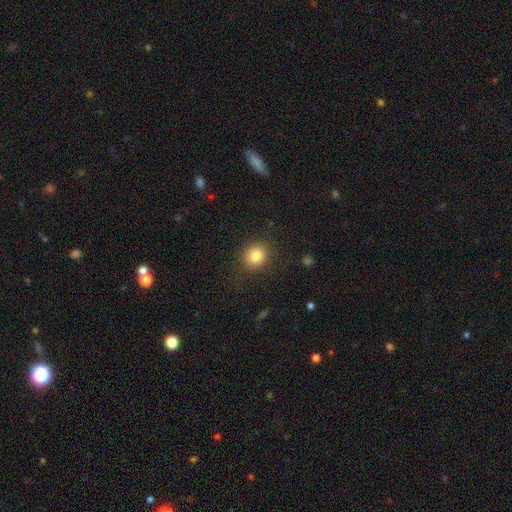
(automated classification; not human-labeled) smooth-or-featured: smooth: 84% | star or artifact: 11% | featured or disk: 6%
  how-rounded: round: 83% | in between: 16% | cigar-shaped: 1%
  merging: none: 85% | minor disturbance: 9% | major disturbance: 4% | merger: 1%